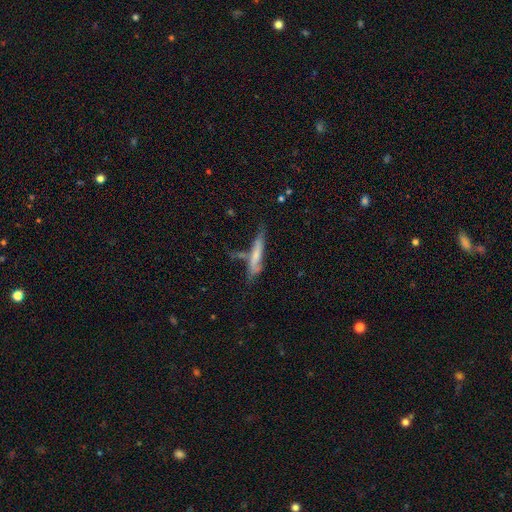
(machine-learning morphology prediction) smooth-or-featured: smooth: 53% | featured or disk: 40% | star or artifact: 7%
  how-rounded: cigar-shaped: 87% | in between: 12% | round: 2%
  merging: none: 49% | minor disturbance: 25% | merger: 15% | major disturbance: 12%